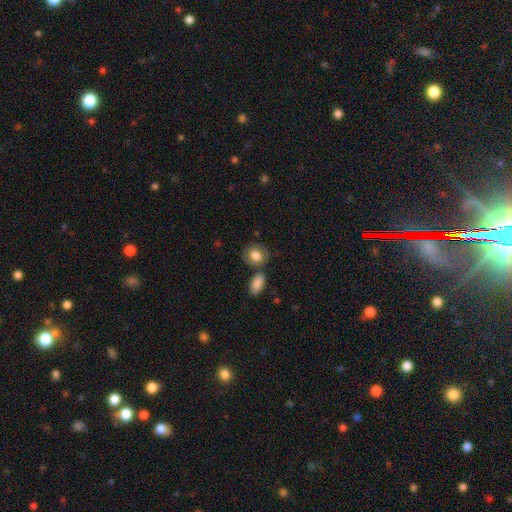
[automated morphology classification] smooth-or-featured: smooth: 78% | featured or disk: 15% | star or artifact: 7%
  how-rounded: in between: 56% | round: 43% | cigar-shaped: 1%
  merging: none: 63% | minor disturbance: 17% | merger: 14% | major disturbance: 6%